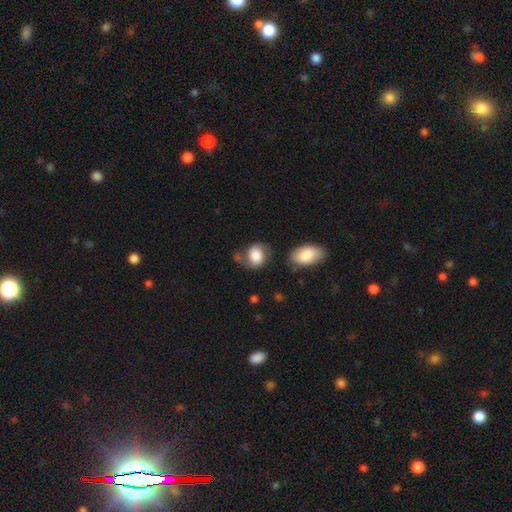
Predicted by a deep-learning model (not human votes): Smooth or featured? smooth (72%)
How rounded? in between (49%, tied with round)
Merging? none (49%)